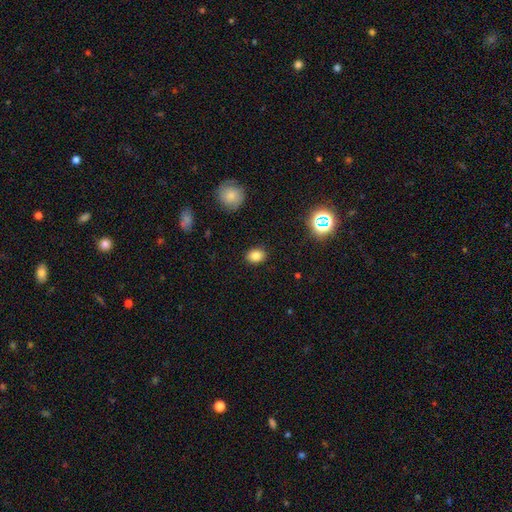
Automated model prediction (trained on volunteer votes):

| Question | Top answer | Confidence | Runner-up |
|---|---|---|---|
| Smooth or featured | smooth | 82% | star or artifact (12%) |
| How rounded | in between | 62% | round (37%) |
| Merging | none | 88% | minor disturbance (8%) |